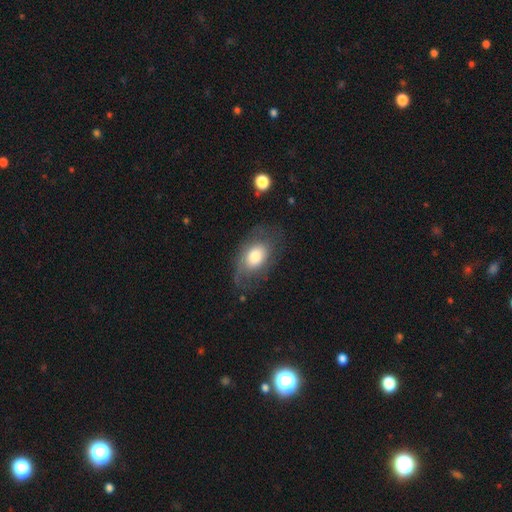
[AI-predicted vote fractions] This is possibly a smooth galaxy (58%). How rounded: clearly in between (84%). Merging: possibly none (56%).